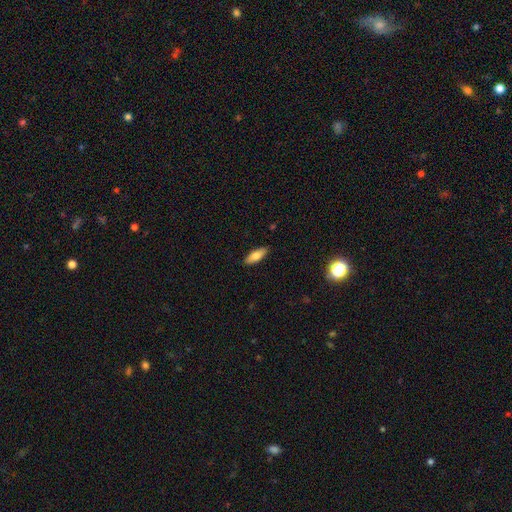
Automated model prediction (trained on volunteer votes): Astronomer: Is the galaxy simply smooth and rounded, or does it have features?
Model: smooth — 79%.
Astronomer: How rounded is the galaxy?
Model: in between — 67%.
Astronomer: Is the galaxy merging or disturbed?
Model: none — 88%.